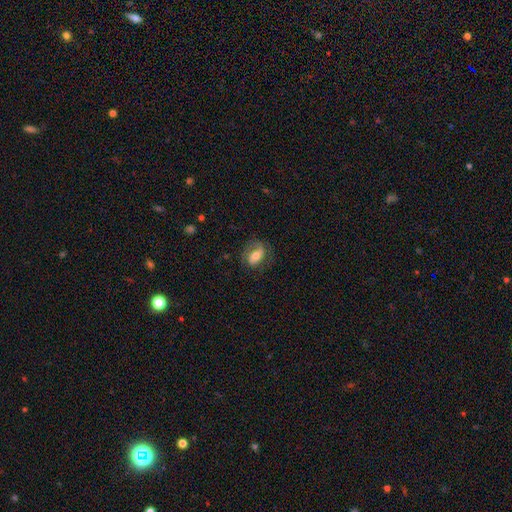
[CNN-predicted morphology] This appears to be a featured or disk galaxy (50%). Merging: none (65%).